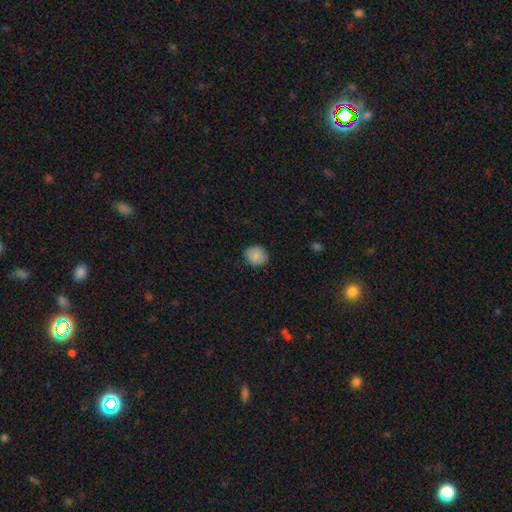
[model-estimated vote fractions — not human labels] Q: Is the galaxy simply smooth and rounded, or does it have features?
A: smooth — 84%.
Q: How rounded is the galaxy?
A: round — 85%.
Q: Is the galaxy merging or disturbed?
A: none — 83%.